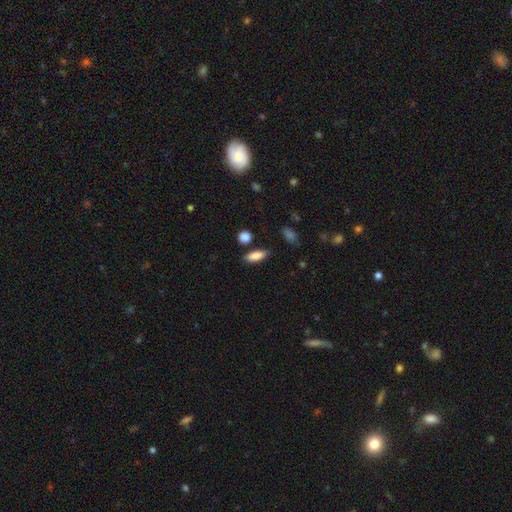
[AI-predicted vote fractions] Smooth or featured: smooth — 86% (star or artifact — 7%)
How rounded: in between — 71% (cigar-shaped — 25%)
Merging: none — 79% (minor disturbance — 14%)